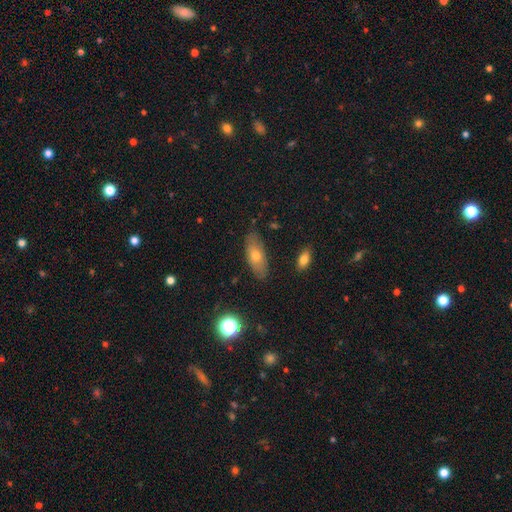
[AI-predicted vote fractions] Smooth or featured? Predicted: smooth (p=0.62). How rounded? Predicted: in between (p=0.76). Merging? Predicted: none (p=0.81).